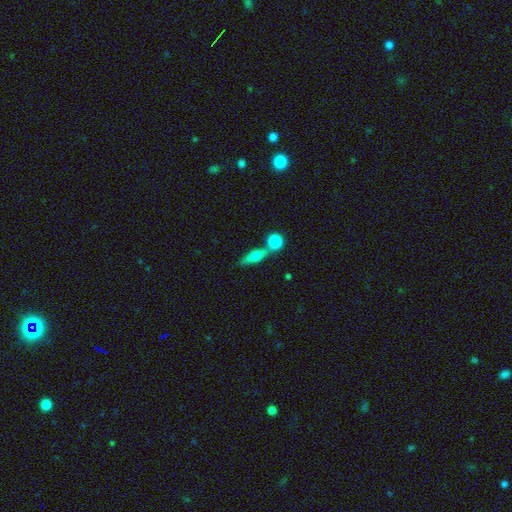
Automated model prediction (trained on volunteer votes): Morphology: type=smooth (57%); roundness=cigar-shaped (49%); merging=none (57%).